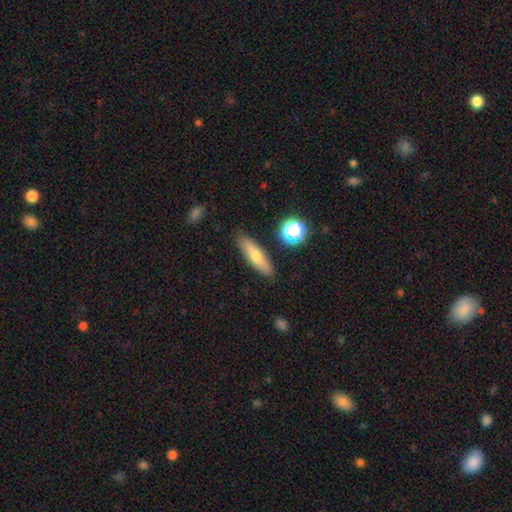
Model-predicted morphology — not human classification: Overall: smooth (59%; featured or disk 32%). How rounded: cigar-shaped (63%; in between 33%). Merging: none (86%).